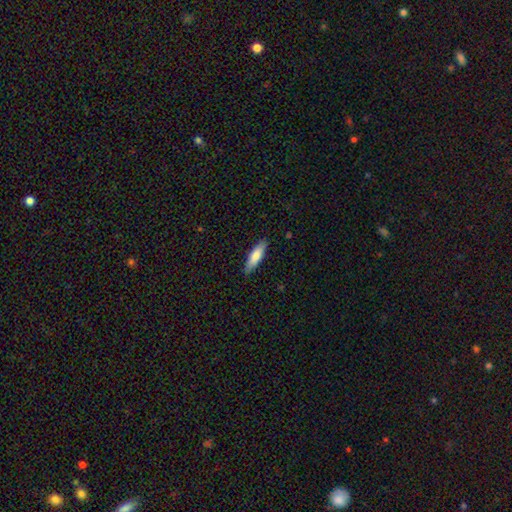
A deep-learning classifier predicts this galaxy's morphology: Overall: smooth (76%). How rounded: cigar-shaped (62%; in between 36%). Merging: none (88%).